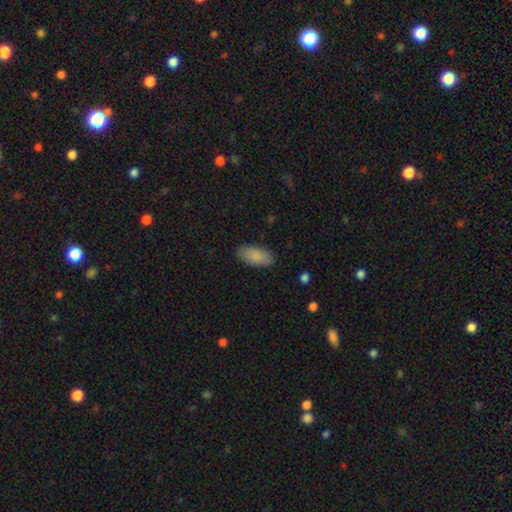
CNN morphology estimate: This appears to be a smooth galaxy with no disk features (88%) that is in between round and cigar-shaped (93%). Merging: none (87%).